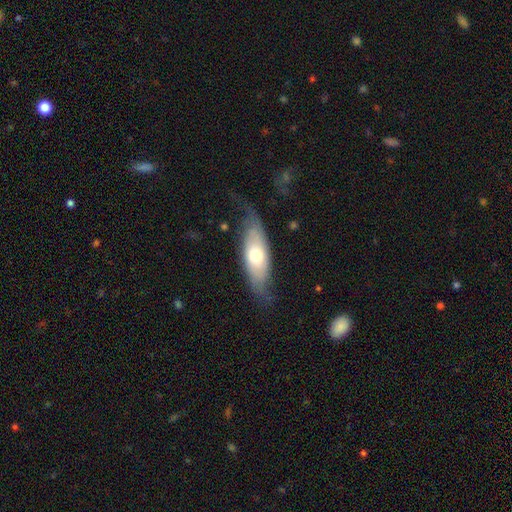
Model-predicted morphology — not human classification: Smooth or featured: smooth — 49% (featured or disk — 45%)
Merging: none — 56% (minor disturbance — 26%)